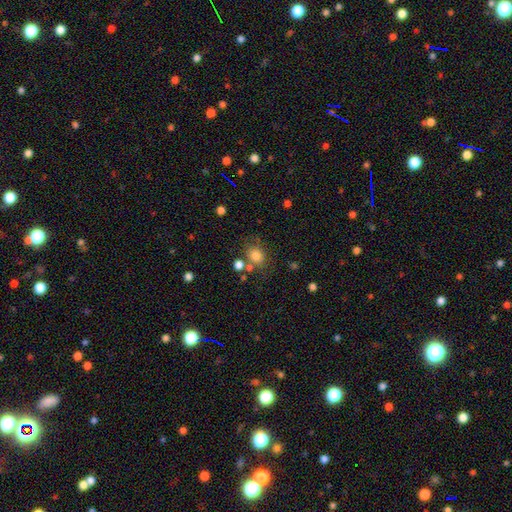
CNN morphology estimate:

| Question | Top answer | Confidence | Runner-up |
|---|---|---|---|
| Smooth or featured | smooth | 80% | star or artifact (12%) |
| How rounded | round | 59% | in between (40%) |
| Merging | none | 66% | minor disturbance (15%) |